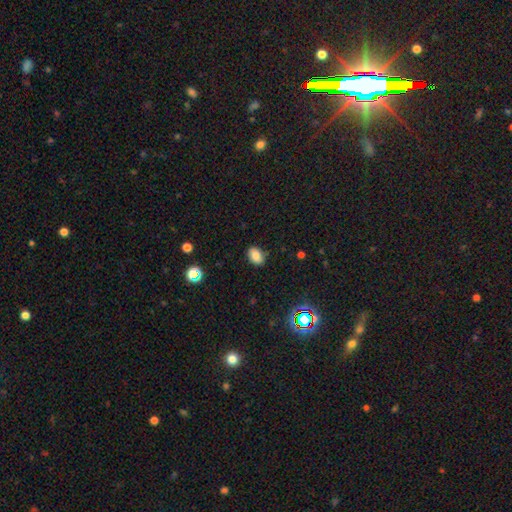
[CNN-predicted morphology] Smooth or featured? smooth (80%)
How rounded? in between (78%)
Merging? none (79%)